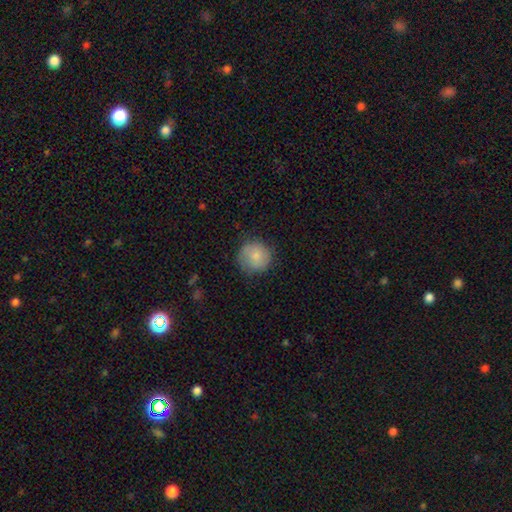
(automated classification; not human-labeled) This is clearly a smooth galaxy (81%). How rounded: clearly round (93%). Merging: likely none (78%).